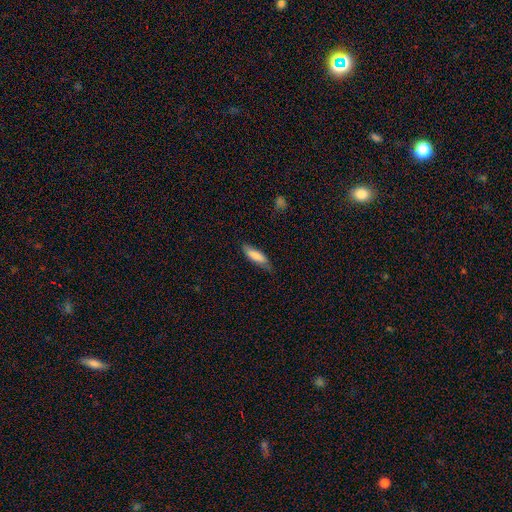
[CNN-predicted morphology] This is likely a smooth galaxy (79%). How rounded: possibly cigar-shaped (50%). Merging: likely none (70%).